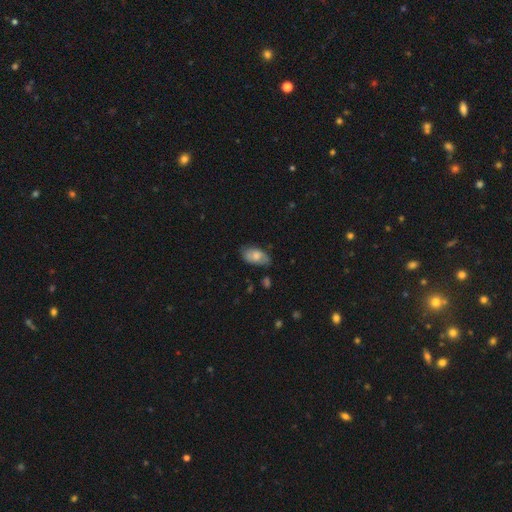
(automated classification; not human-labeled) smooth 70%, featured or disk 23%, star or artifact 7%. Down the decision tree: how rounded — in between (93%); merging — none (69%).